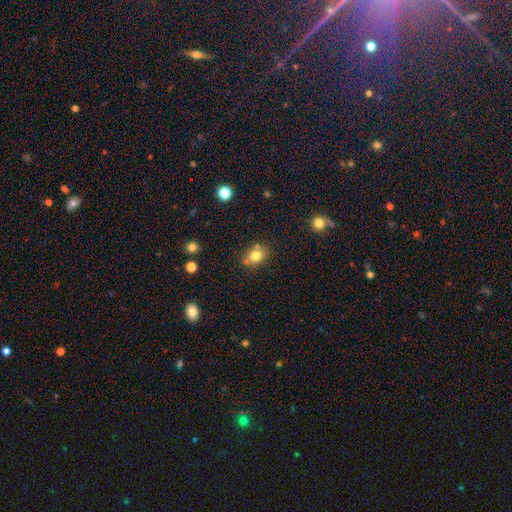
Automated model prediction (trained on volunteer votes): Smooth or featured? Predicted: smooth (p=0.77). How rounded? Predicted: round (p=0.51). Merging? Predicted: none (p=0.69).